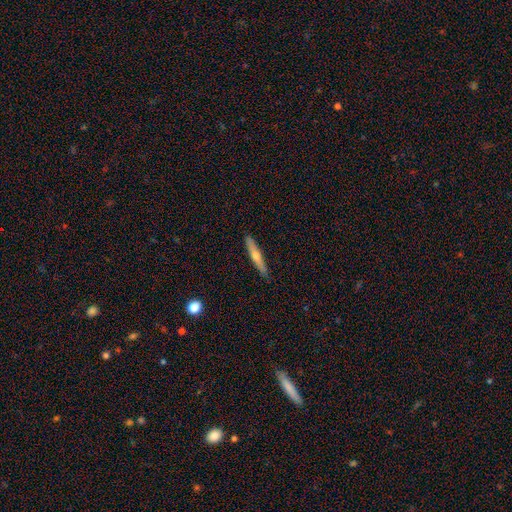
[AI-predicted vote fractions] A featured or disk galaxy (59%) viewed edge-on (96%) with a rounded central bulge (85%).

Vote fractions:
- Smooth or featured? featured or disk: 59% / smooth: 34% / star or artifact: 6%
- Edge-on disk? yes: 96% / no: 4%
- Edge-on bulge? rounded: 85% / none: 12% / boxy: 3%
- Merging? none: 90% / minor disturbance: 7% / major disturbance: 1% / merger: 1%